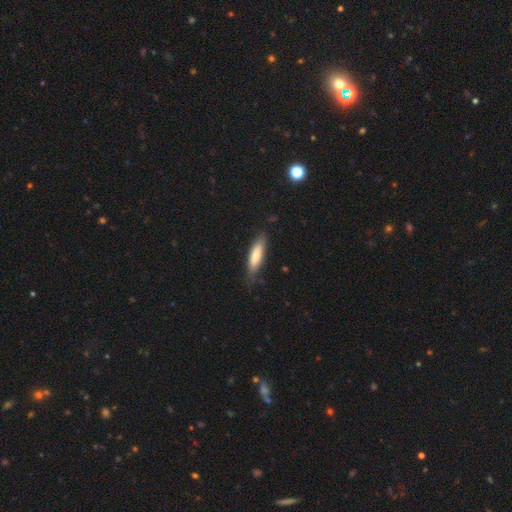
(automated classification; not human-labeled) smooth_or_featured: smooth (p=0.71) [alt: featured or disk p=0.23]
how_rounded: cigar-shaped (p=0.65) [alt: in between p=0.34]
merging: none (p=0.77) [alt: minor disturbance p=0.18]